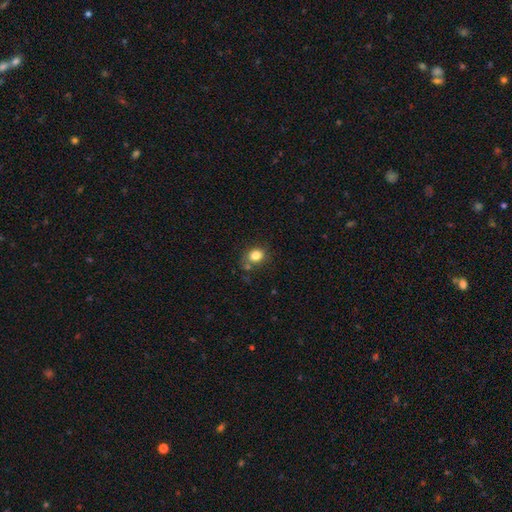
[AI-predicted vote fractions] Overall: smooth (82%). How rounded: round (58%; in between 41%). Merging: none (66%).